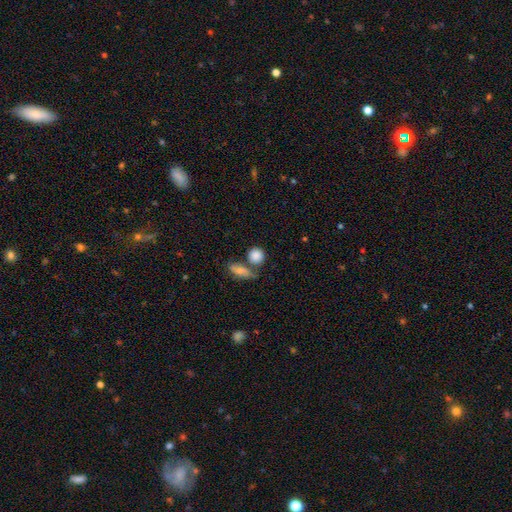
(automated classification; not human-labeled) Smooth or featured? smooth (85%)
How rounded? round (80%)
Merging? none (53%)